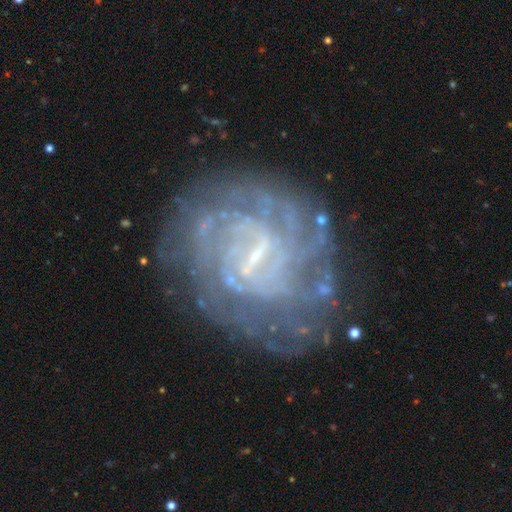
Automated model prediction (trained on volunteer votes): A featured or disk galaxy (86%) with a weak bar (54%), tight (69%) spiral arms (93%) and a small central bulge (64%).

Vote fractions:
- Smooth or featured? featured or disk: 86% / star or artifact: 7% / smooth: 7%
- Edge-on disk? no: 98% / yes: 2%
- Bar? weak: 54% / strong: 29% / no: 18%
- Spiral arms? yes: 93% / no: 7%
- Spiral winding? tight: 69% / medium: 24% / loose: 6%
- Spiral arm count? can't tell: 41% / 4: 16% / 2: 13% / 3: 12% / more than 4: 11% / 1: 7%
- Bulge size? small: 64% / none: 23% / moderate: 11% / large: 1% / dominant: 1%
- Merging? none: 74% / minor disturbance: 15% / major disturbance: 9% / merger: 2%